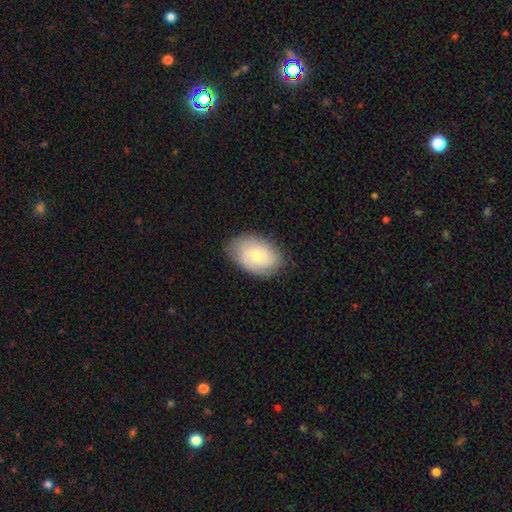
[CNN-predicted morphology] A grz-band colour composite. It shows a smooth galaxy with no disk features (50%). Merging: none (82%).